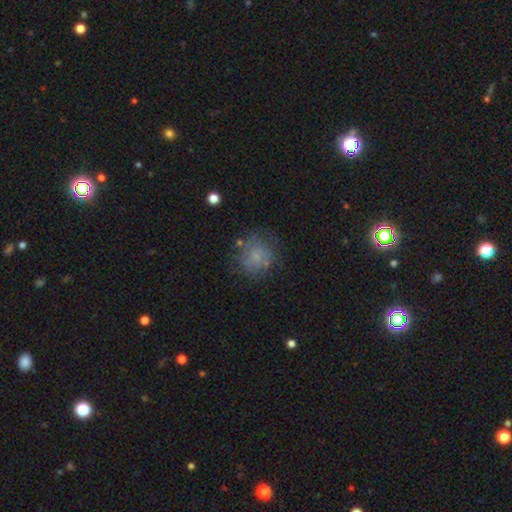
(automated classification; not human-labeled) Smooth or featured?
  - smooth: 53% *
  - featured or disk: 33%
  - star or artifact: 14%
How rounded?
  - round: 83% *
  - in between: 16%
  - cigar-shaped: 1%
Merging?
  - none: 64% *
  - minor disturbance: 20%
  - major disturbance: 12%
  - merger: 3%